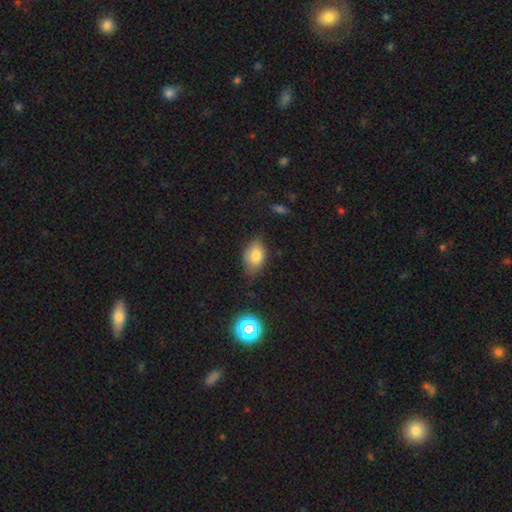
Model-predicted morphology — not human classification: A smooth galaxy with no disk features (79%) that is in between round and cigar-shaped (85%). Merging: none (67%).